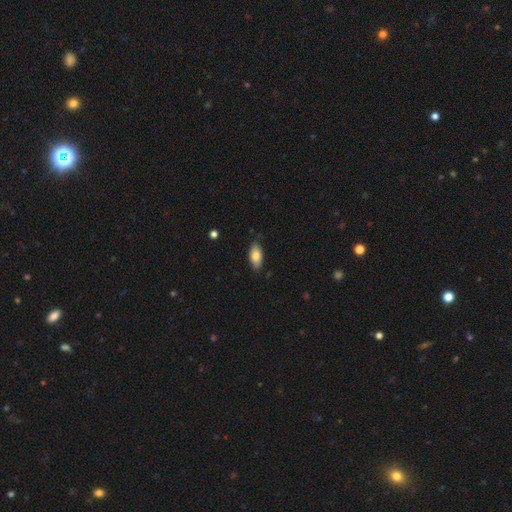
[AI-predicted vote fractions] This is clearly a smooth galaxy (82%). How rounded: clearly in between (91%). Merging: clearly none (82%).